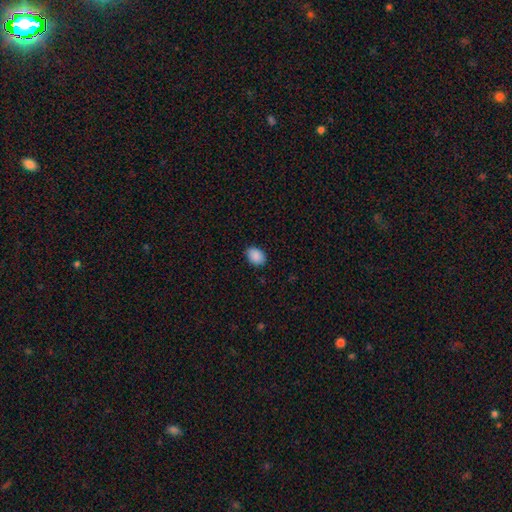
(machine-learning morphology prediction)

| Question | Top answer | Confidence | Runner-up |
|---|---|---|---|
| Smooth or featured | smooth | 90% | star or artifact (7%) |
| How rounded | in between | 82% | round (17%) |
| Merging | none | 87% | minor disturbance (10%) |